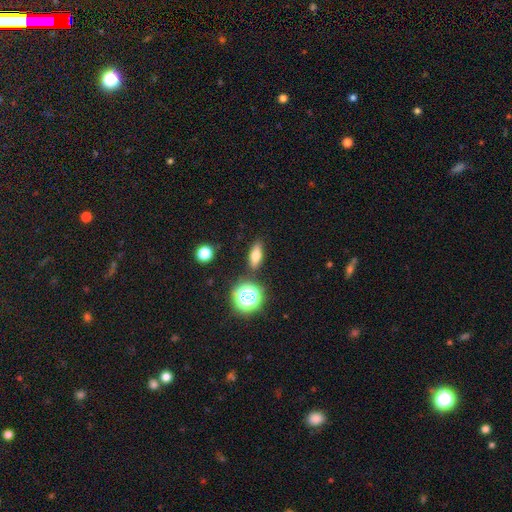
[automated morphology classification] Smooth or featured? smooth (64%)
How rounded? in between (55%)
Merging? none (85%)